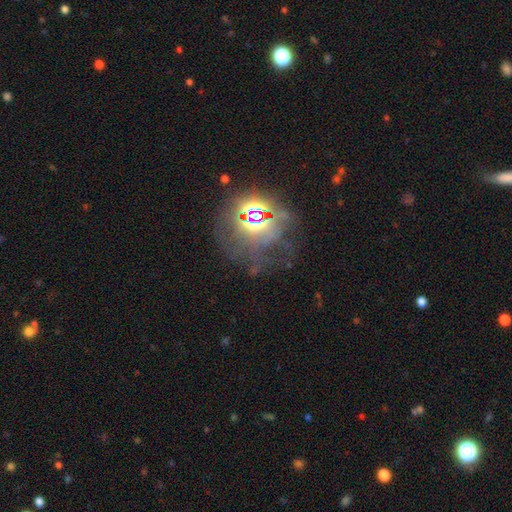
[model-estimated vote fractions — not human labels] The model was most divided on "smooth or featured": star or artifact: 50%, smooth: 26%, featured or disk: 25%.